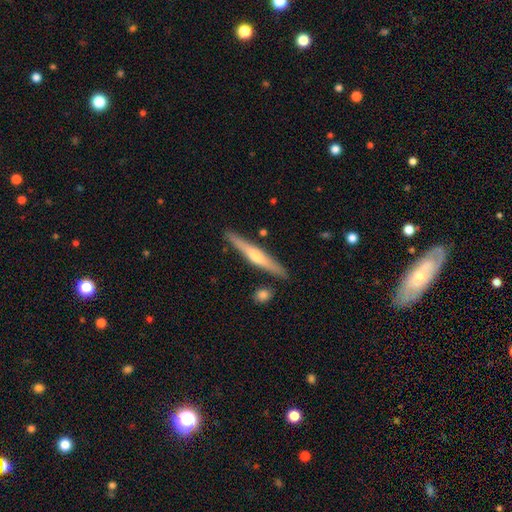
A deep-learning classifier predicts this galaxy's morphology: Smooth or featured?
  - featured or disk: 63% *
  - smooth: 32%
  - star or artifact: 6%
Edge-on disk?
  - yes: 97% *
  - no: 3%
Edge-on bulge?
  - rounded: 83% *
  - none: 10%
  - boxy: 6%
Merging?
  - none: 87% *
  - minor disturbance: 8%
  - merger: 3%
  - major disturbance: 2%